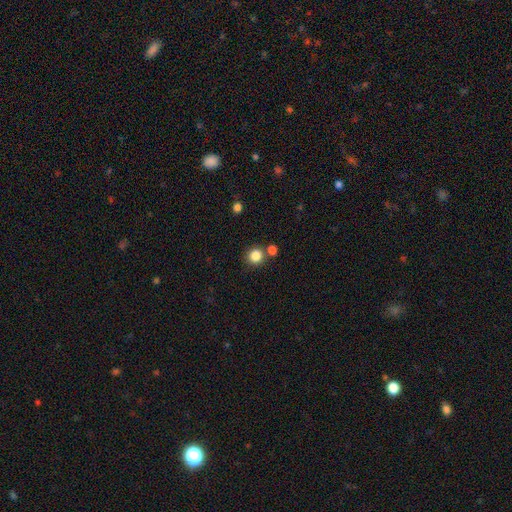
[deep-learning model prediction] A smooth galaxy with no disk features (84%) that is round (90%).

Vote fractions:
- Smooth or featured? smooth: 84% / star or artifact: 11% / featured or disk: 4%
- How rounded? round: 90% / in between: 9% / cigar-shaped: 1%
- Merging? none: 74% / merger: 15% / minor disturbance: 8% / major disturbance: 3%